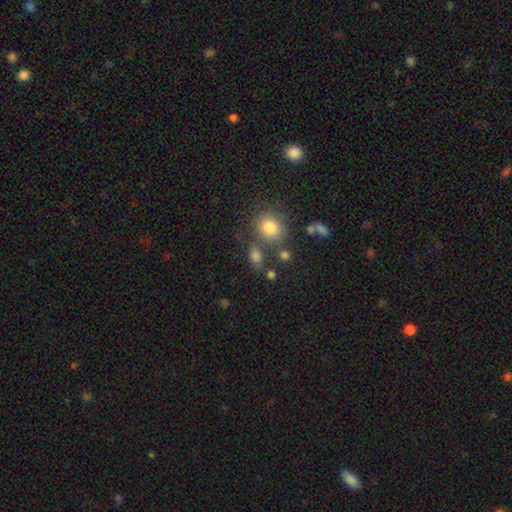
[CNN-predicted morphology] A smooth galaxy with no disk features (75%) that is in between round and cigar-shaped (65%).

Vote fractions:
- Smooth or featured? smooth: 75% / star or artifact: 16% / featured or disk: 9%
- How rounded? in between: 65% / round: 31% / cigar-shaped: 4%
- Merging? none: 60% / merger: 16% / minor disturbance: 16% / major disturbance: 8%